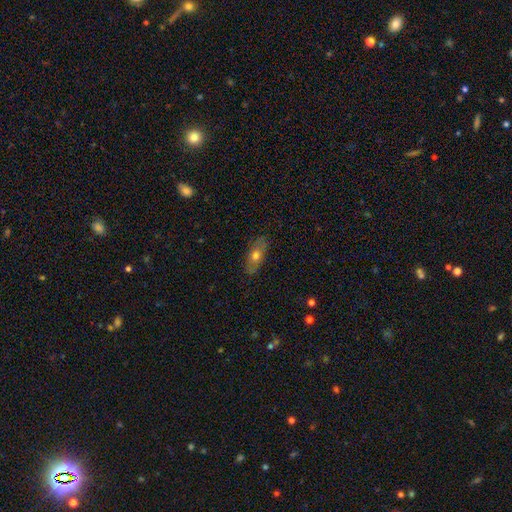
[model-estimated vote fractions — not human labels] smooth_or_featured: smooth (p=0.62) [alt: featured or disk p=0.31]
how_rounded: in between (p=0.79) [alt: cigar-shaped p=0.15]
merging: none (p=0.80) [alt: minor disturbance p=0.15]